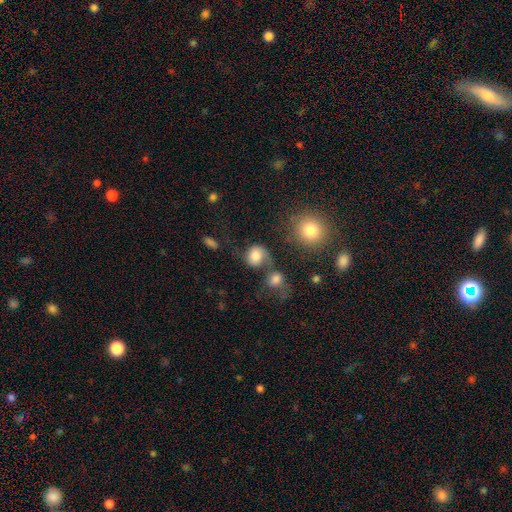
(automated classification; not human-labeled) Smooth or featured? Predicted: smooth (p=0.69). How rounded? Predicted: round (p=0.73). Merging? Predicted: none (p=0.35).